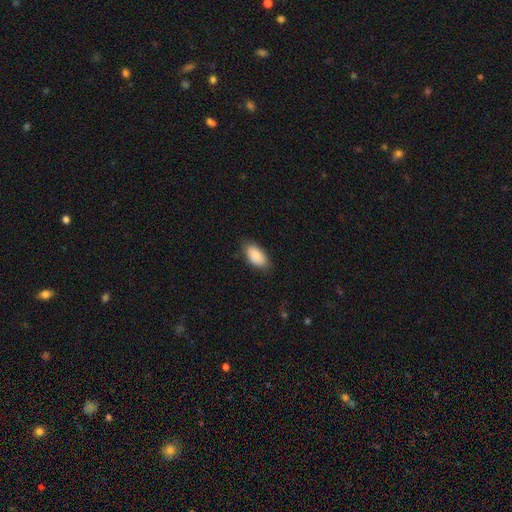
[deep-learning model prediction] A smooth galaxy with no disk features (87%) that is in between round and cigar-shaped (94%).

Vote fractions:
- Smooth or featured? smooth: 87% / featured or disk: 7% / star or artifact: 6%
- How rounded? in between: 94% / round: 3% / cigar-shaped: 3%
- Merging? none: 81% / minor disturbance: 15% / major disturbance: 3% / merger: 1%